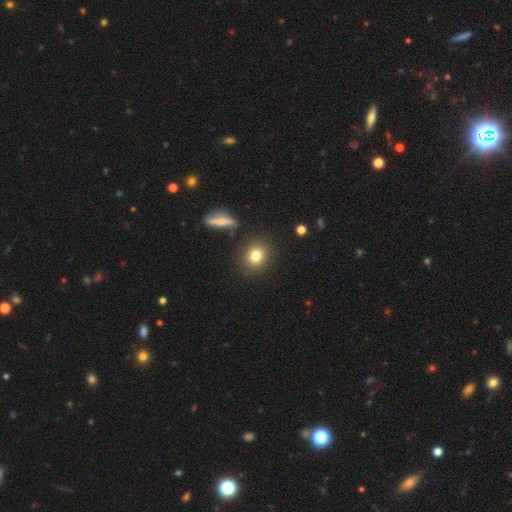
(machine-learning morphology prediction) smooth 79%, star or artifact 11%, featured or disk 10%. Down the decision tree: how rounded — round (71%); merging — none (86%).